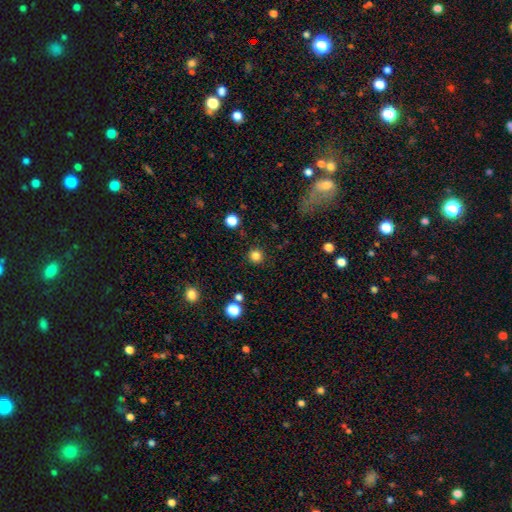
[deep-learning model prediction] Q: Smooth or featured?
A: smooth (83%); runner-up: star or artifact (13%)
Q: How rounded?
A: round (95%); runner-up: in between (4%)
Q: Merging?
A: none (91%); runner-up: minor disturbance (6%)